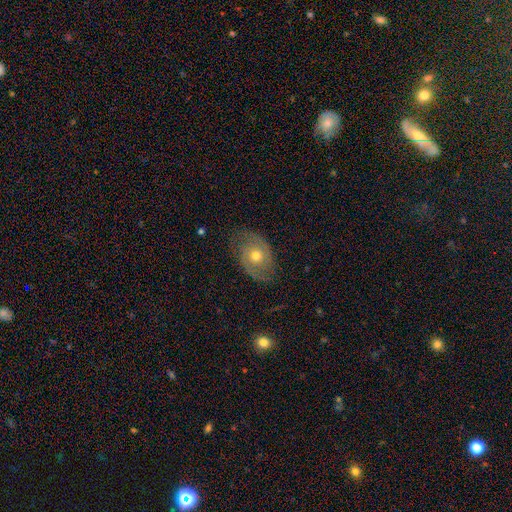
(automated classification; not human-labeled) This is likely a featured or disk galaxy (72%). It is clearly not viewed edge-on (95%). Bar: clearly no (80%). Spiral arm pattern: clearly yes (85%). Spiral arm count: clearly 2 (80%). Spiral winding: marginally tight (45%). Central bulge: likely moderate (70%). Merging: likely none (76%).